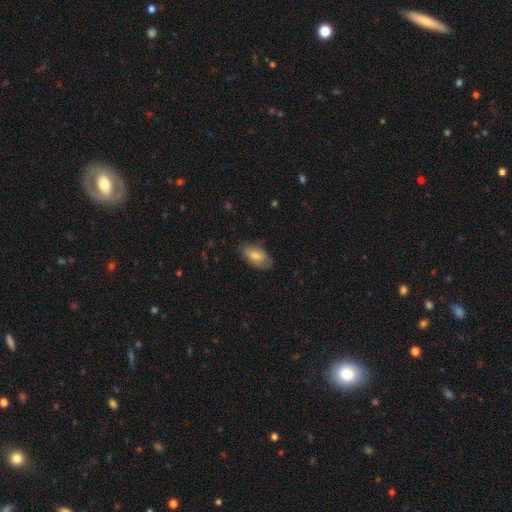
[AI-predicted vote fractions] The model was most divided on "merging": none: 74%, minor disturbance: 21%, major disturbance: 5%, merger: 1%. More confident: how rounded — in between (92%); smooth or featured — smooth (77%).